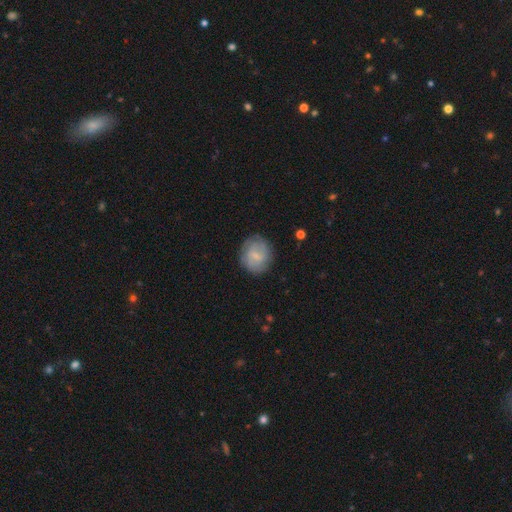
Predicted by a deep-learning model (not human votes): This appears to be a smooth galaxy with no disk features (61%) that is round (74%). Merging: none (78%).